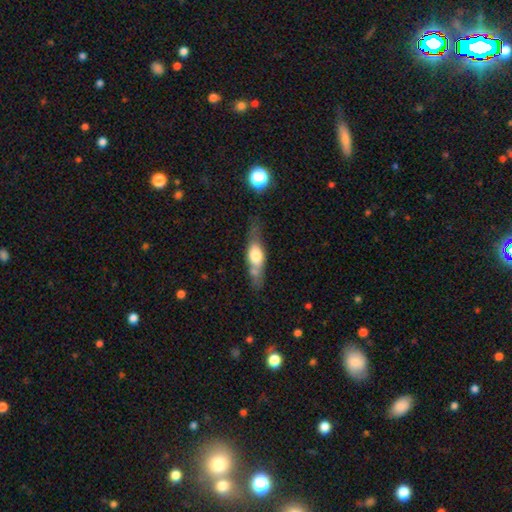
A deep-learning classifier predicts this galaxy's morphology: smooth 51%, featured or disk 42%, star or artifact 7%. Down the decision tree: how rounded — in between (51%); merging — none (55%).